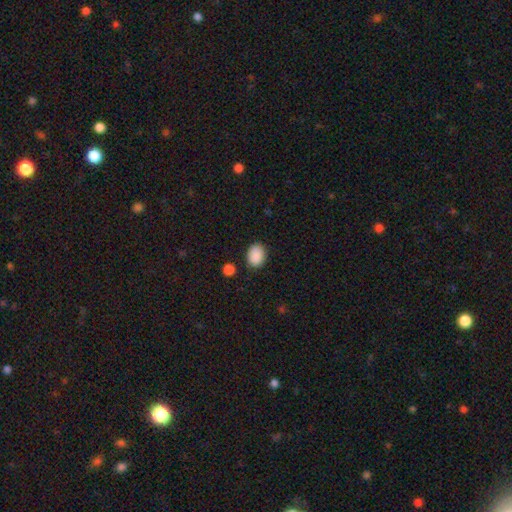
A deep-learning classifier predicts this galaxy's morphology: Q: Smooth or featured?
A: smooth (89%); runner-up: star or artifact (8%)
Q: How rounded?
A: in between (69%); runner-up: round (31%)
Q: Merging?
A: none (84%); runner-up: minor disturbance (11%)